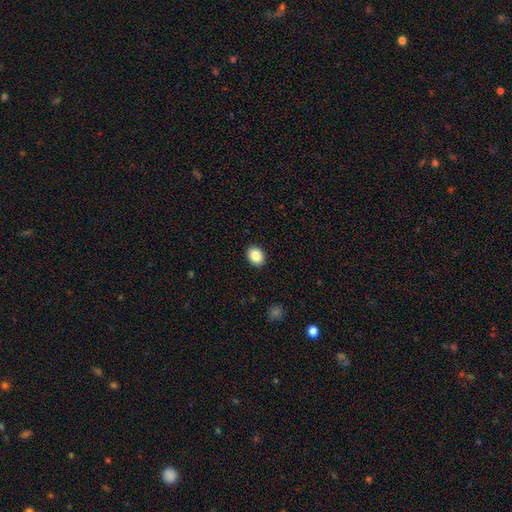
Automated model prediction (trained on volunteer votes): Smooth or featured? Predicted: smooth (p=0.87). How rounded? Predicted: in between (p=0.53). Merging? Predicted: none (p=0.91).